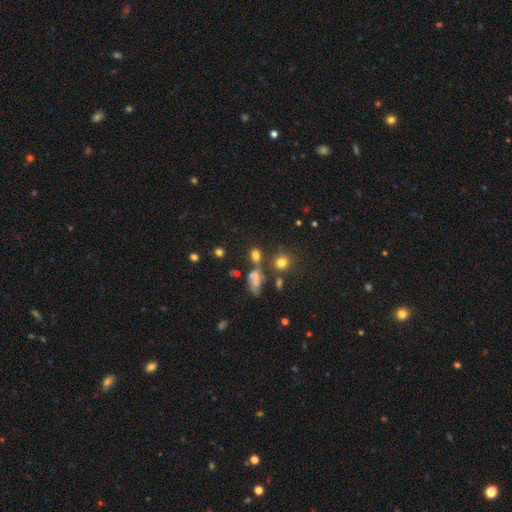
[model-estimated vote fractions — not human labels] Smooth or featured? Predicted: smooth (p=0.71). How rounded? Predicted: round (p=0.50). Merging? Predicted: none (p=0.57).